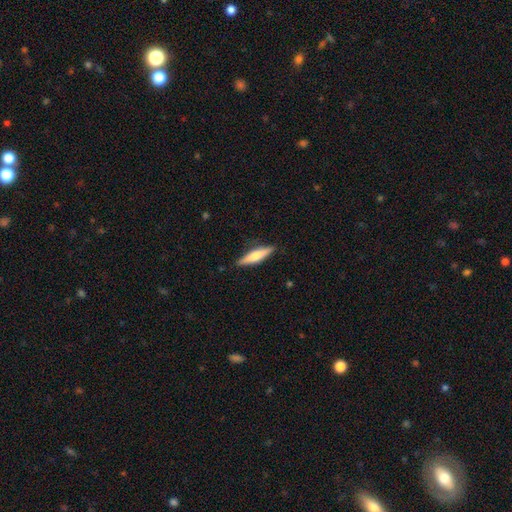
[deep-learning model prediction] This is possibly a smooth galaxy (53%). How rounded: likely cigar-shaped (78%). Merging: clearly none (88%).